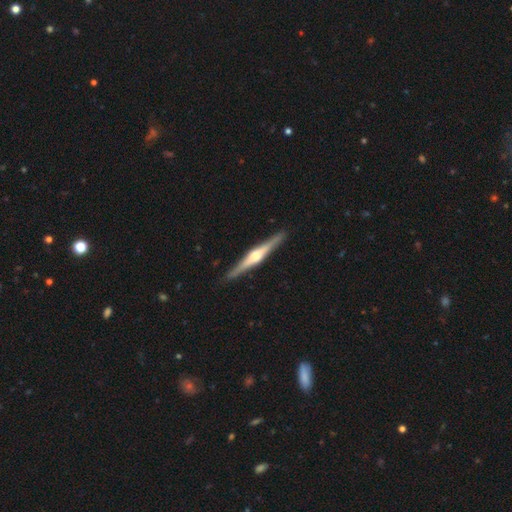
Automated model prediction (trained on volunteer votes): This appears to be a featured or disk galaxy (80%) viewed edge-on (98%) with a rounded central bulge (84%). Merging: none (91%).